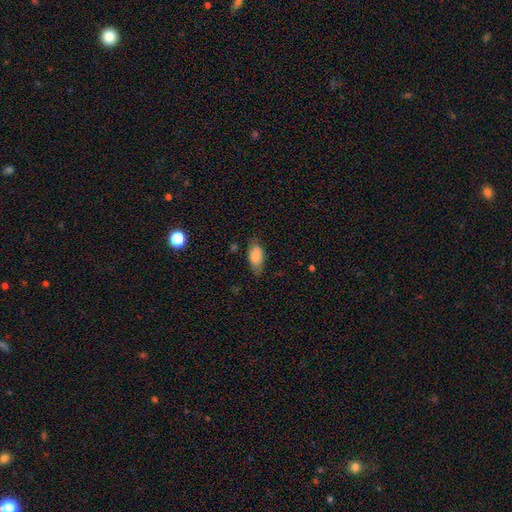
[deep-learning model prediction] This is clearly a smooth galaxy (84%). How rounded: clearly in between (90%). Merging: likely none (66%).